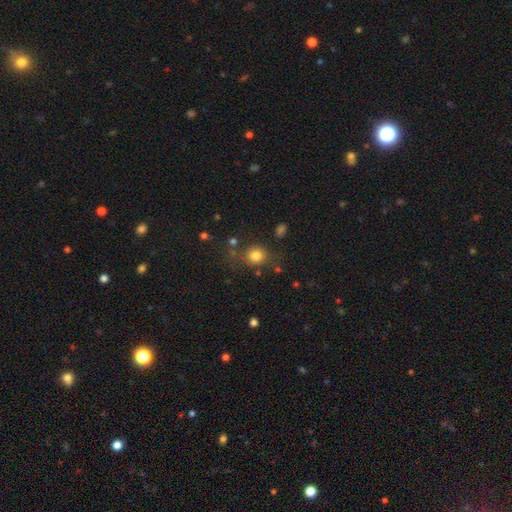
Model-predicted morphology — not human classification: Smooth or featured? Predicted: smooth (p=0.80). How rounded? Predicted: round (p=0.78). Merging? Predicted: none (p=0.73).